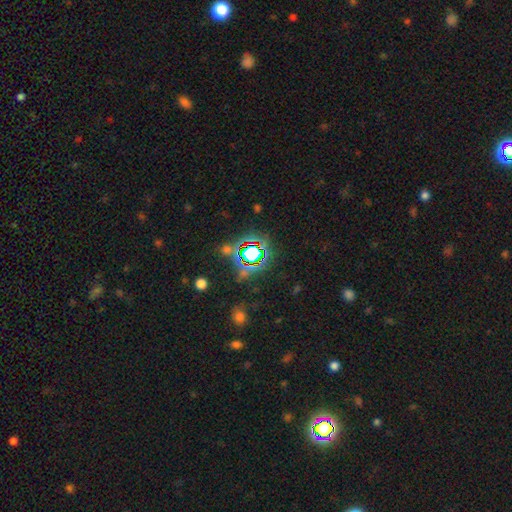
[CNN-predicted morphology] Q: Smooth or featured?
A: star or artifact (77%); runner-up: smooth (14%)